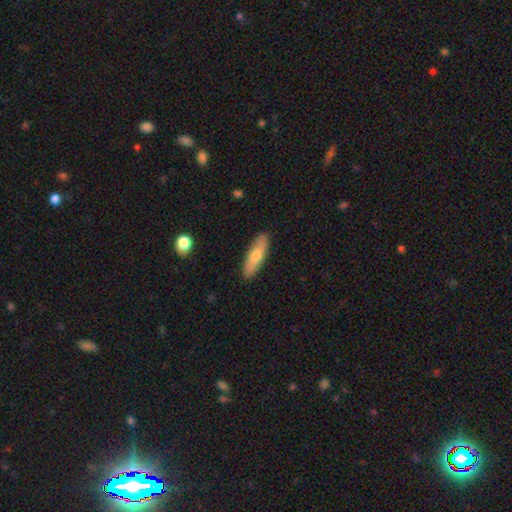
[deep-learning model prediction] This appears to be a smooth galaxy with no disk features (66%) that is cigar-shaped (61%). Merging: none (89%).